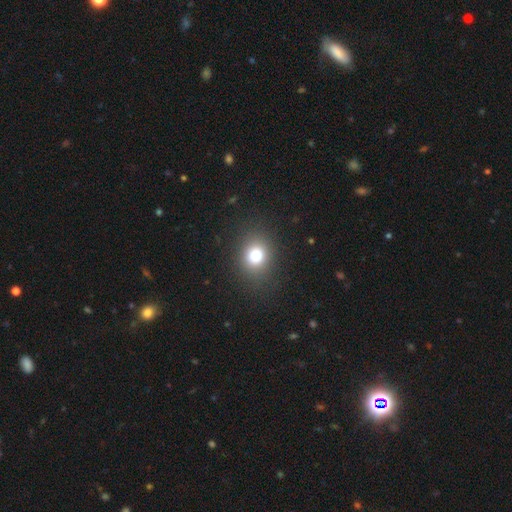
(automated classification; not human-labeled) A smooth galaxy with no disk features (78%) that is round (64%). Merging: none (87%).